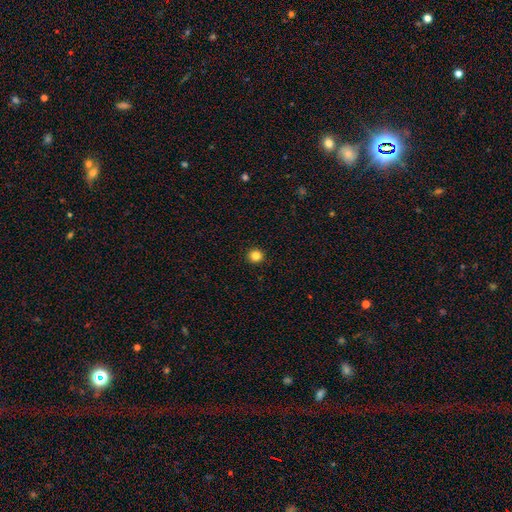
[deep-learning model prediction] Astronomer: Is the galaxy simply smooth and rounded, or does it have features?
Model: smooth — 84%.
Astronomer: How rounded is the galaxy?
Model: round — 94%.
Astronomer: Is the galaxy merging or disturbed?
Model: none — 94%.